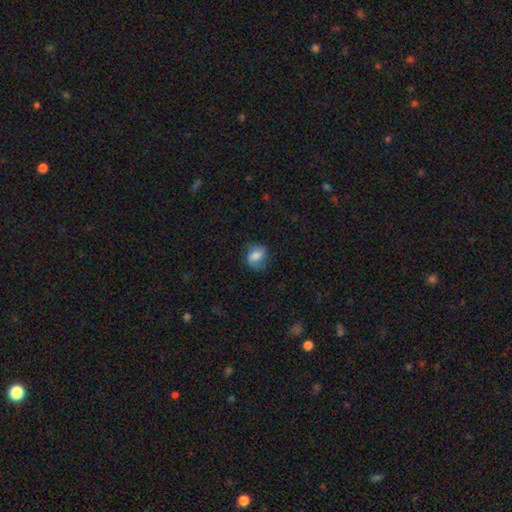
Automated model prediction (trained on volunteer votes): This is likely a smooth galaxy (70%). How rounded: possibly in between (54%). Merging: likely none (67%).